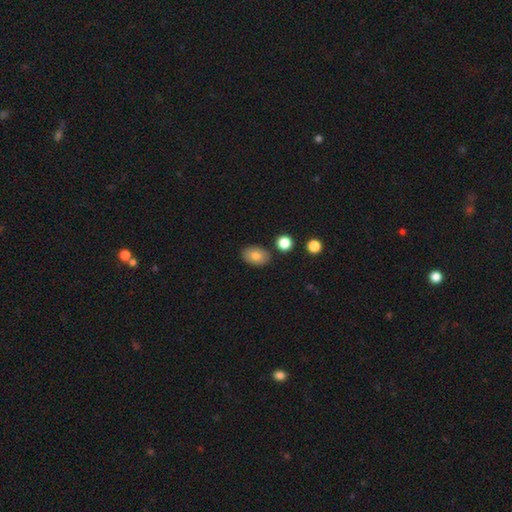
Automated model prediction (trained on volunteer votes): smooth_or_featured: smooth (p=0.81) [alt: featured or disk p=0.11]
how_rounded: in between (p=0.85) [alt: round p=0.14]
merging: none (p=0.84) [alt: minor disturbance p=0.10]